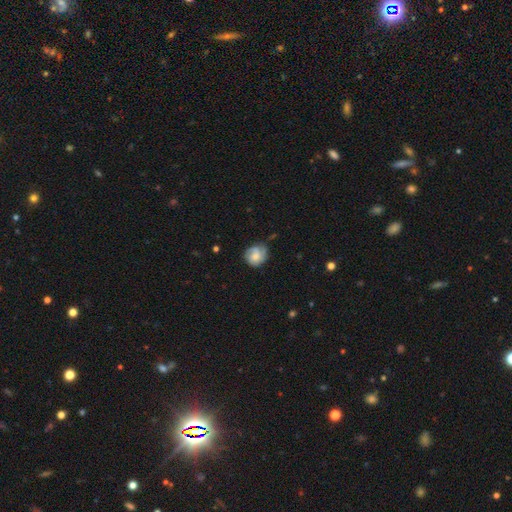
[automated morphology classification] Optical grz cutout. It shows a smooth galaxy with no disk features (51%) that is round (79%). Merging: none (60%).